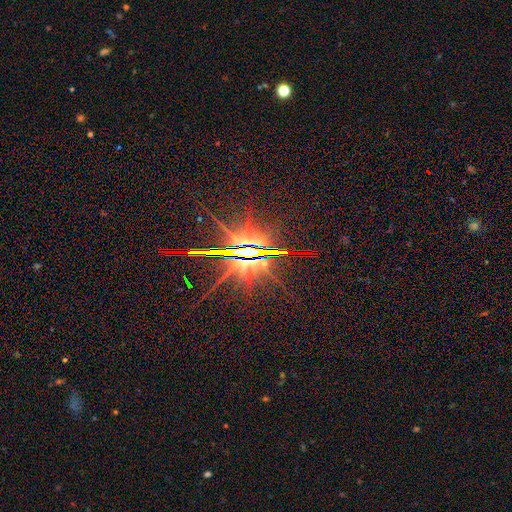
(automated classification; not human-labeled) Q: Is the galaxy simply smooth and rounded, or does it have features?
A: star or artifact — 78%.